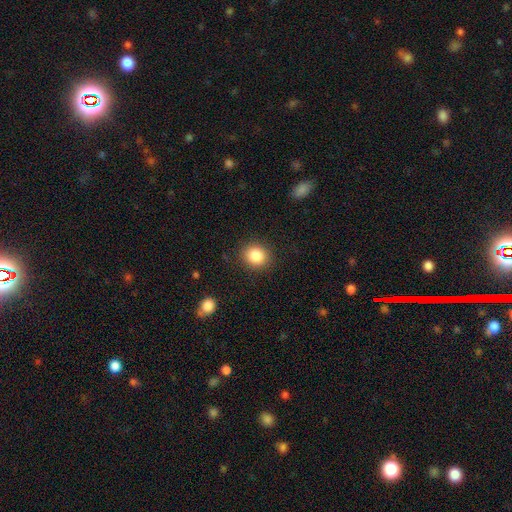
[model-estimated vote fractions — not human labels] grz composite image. It shows a smooth galaxy with no disk features (86%) that is round (76%). Merging: none (88%).